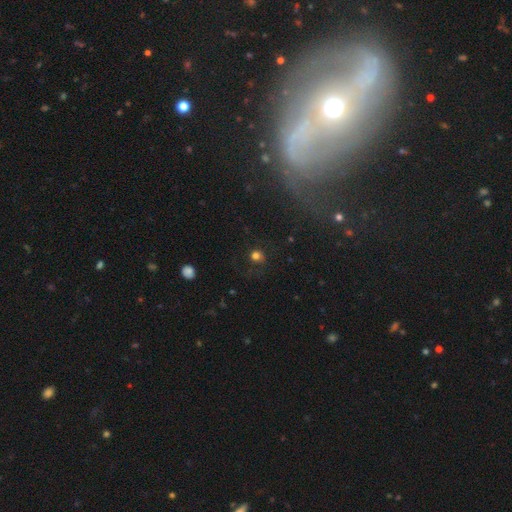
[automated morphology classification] This appears to be a smooth galaxy with no disk features (73%) that is round (86%). Merging: none (74%).